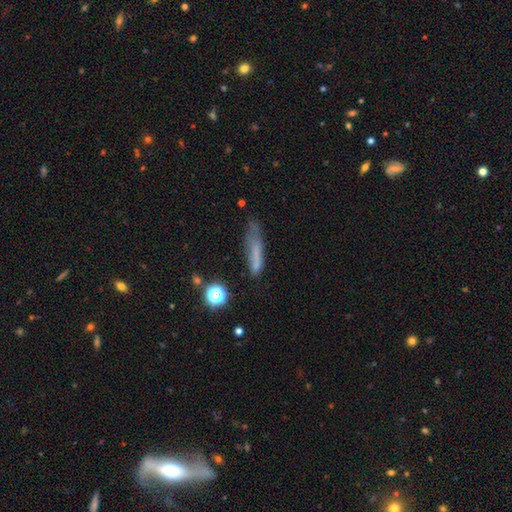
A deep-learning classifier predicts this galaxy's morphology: Smooth or featured? smooth (61%)
How rounded? cigar-shaped (83%)
Merging? none (50%)